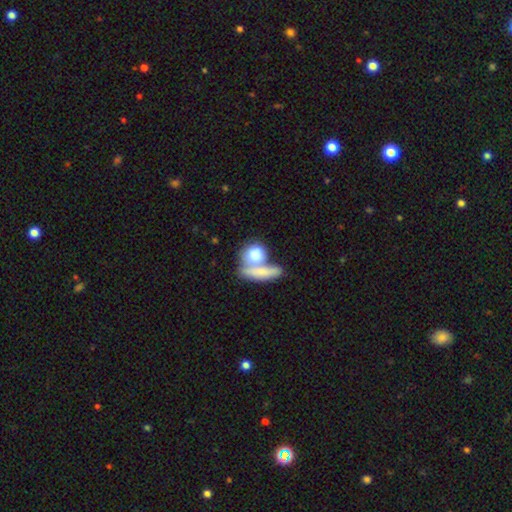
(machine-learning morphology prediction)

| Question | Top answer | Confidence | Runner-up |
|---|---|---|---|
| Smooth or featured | smooth | 75% | featured or disk (19%) |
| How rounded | round | 52% | in between (37%) |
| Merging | merger | 53% | none (31%) |